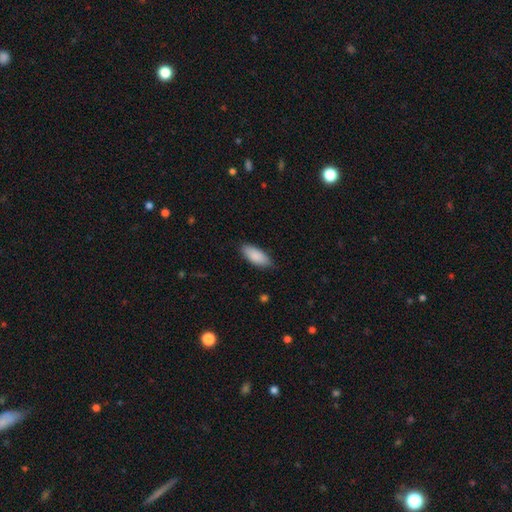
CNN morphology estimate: Smooth or featured: smooth — 89% (star or artifact — 6%)
How rounded: in between — 84% (cigar-shaped — 14%)
Merging: none — 81% (minor disturbance — 15%)